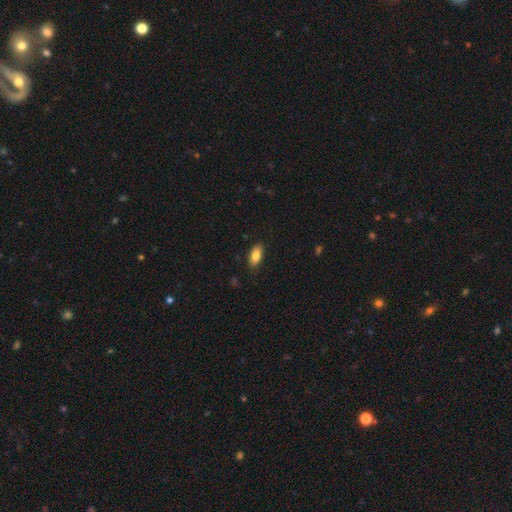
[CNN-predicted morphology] This appears to be a smooth galaxy with no disk features (84%) that is in between round and cigar-shaped (89%). Merging: none (85%).